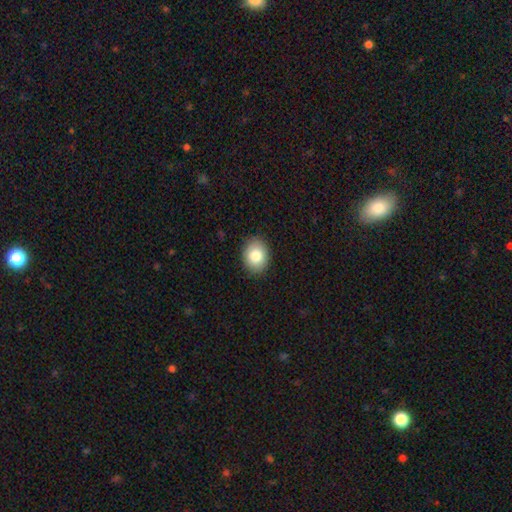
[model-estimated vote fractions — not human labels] Q: Smooth or featured?
A: smooth (83%); runner-up: featured or disk (9%)
Q: How rounded?
A: in between (59%); runner-up: round (40%)
Q: Merging?
A: none (89%); runner-up: minor disturbance (8%)